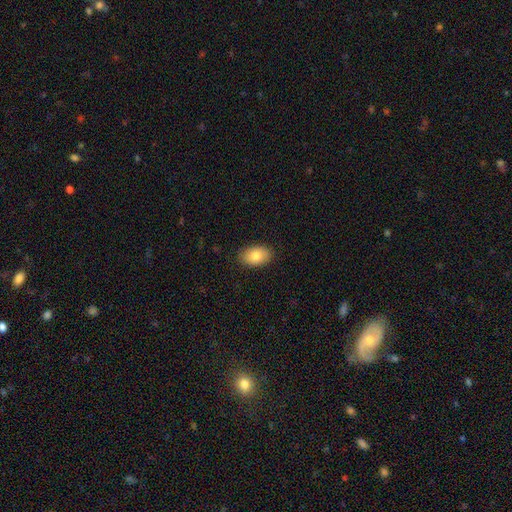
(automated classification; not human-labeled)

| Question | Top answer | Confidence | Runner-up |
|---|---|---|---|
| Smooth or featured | smooth | 82% | featured or disk (11%) |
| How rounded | in between | 89% | round (9%) |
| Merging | none | 88% | minor disturbance (9%) |